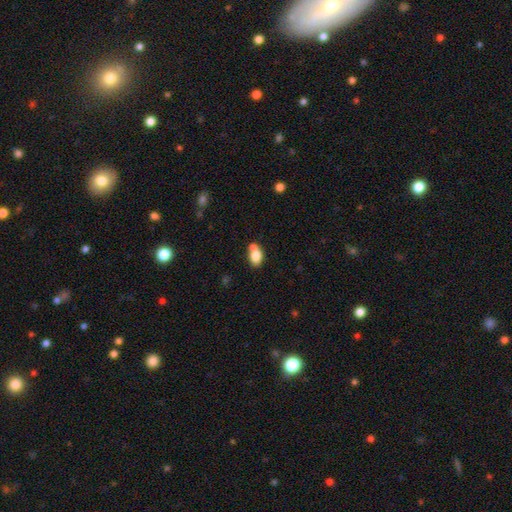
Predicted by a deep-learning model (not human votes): This appears to be a smooth galaxy with no disk features (78%) that is in between round and cigar-shaped (78%). Merging: none (44%).